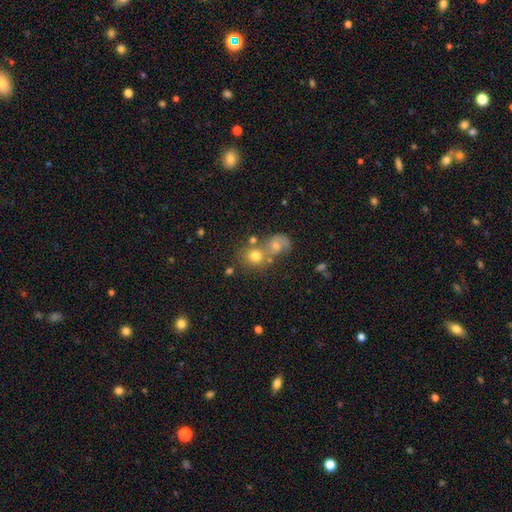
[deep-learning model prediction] Morphology: type=smooth (67%); roundness=round (75%); merging=merger (42%, tied with none).